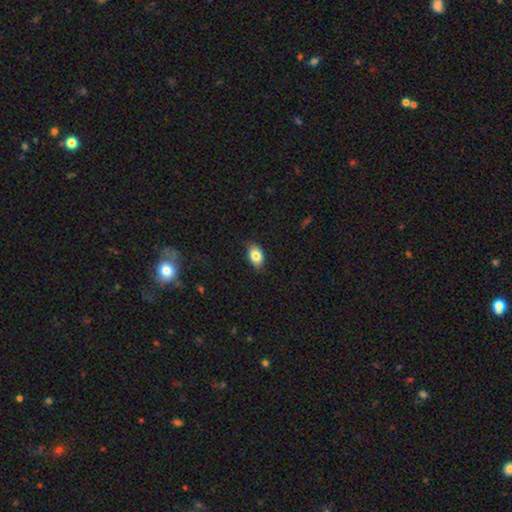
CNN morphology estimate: smooth_or_featured: smooth (p=0.82) [alt: featured or disk p=0.10]
how_rounded: in between (p=0.87) [alt: round p=0.11]
merging: none (p=0.82) [alt: minor disturbance p=0.15]